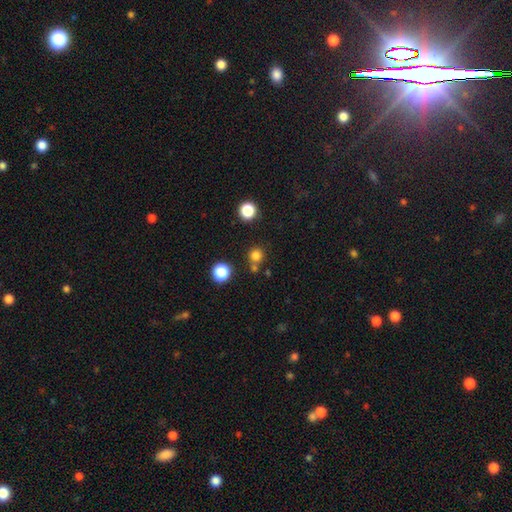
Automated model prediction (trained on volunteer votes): Smooth or featured? smooth (78%)
How rounded? round (93%)
Merging? none (72%)